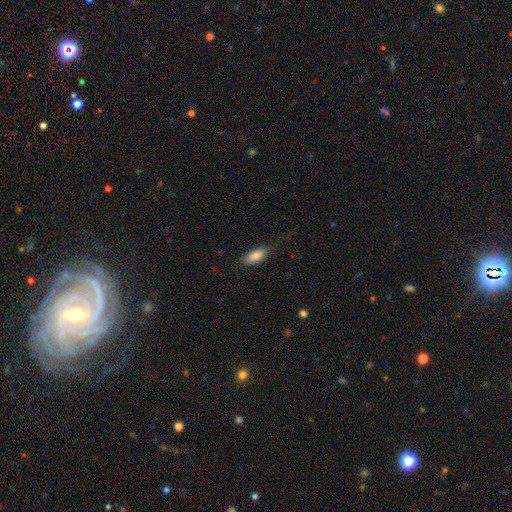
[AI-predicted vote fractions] smooth-or-featured: smooth: 86% | featured or disk: 7% | star or artifact: 6%
  how-rounded: in between: 86% | cigar-shaped: 12% | round: 2%
  merging: none: 78% | minor disturbance: 17% | major disturbance: 4% | merger: 1%